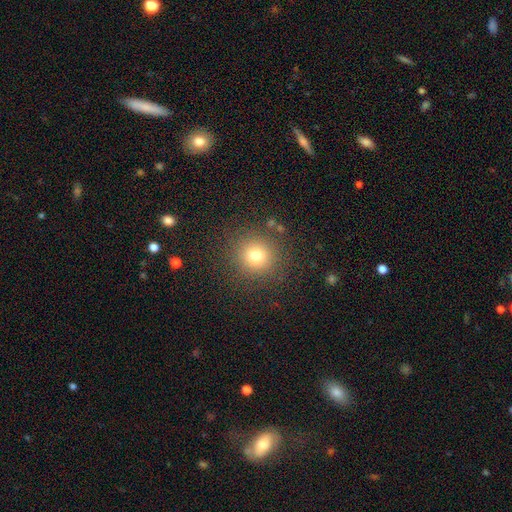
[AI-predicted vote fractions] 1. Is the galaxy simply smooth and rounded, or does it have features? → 76% smooth, 15% star or artifact, 8% featured or disk.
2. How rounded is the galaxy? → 93% round, 6% in between, 1% cigar-shaped.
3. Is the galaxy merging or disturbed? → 87% none, 8% minor disturbance, 4% major disturbance, 2% merger.